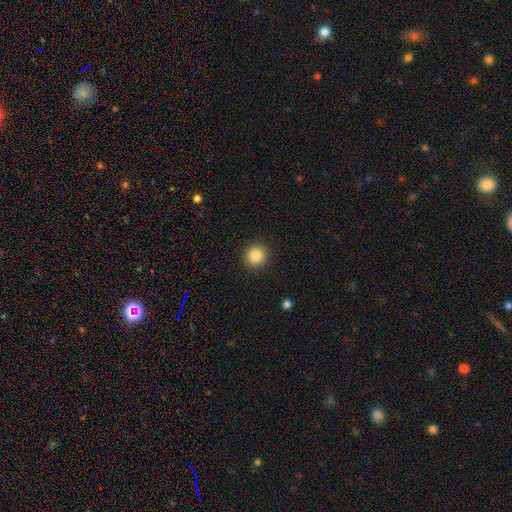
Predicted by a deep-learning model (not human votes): Q: Smooth or featured?
A: smooth (85%); runner-up: star or artifact (10%)
Q: How rounded?
A: round (94%); runner-up: in between (5%)
Q: Merging?
A: none (92%); runner-up: minor disturbance (5%)